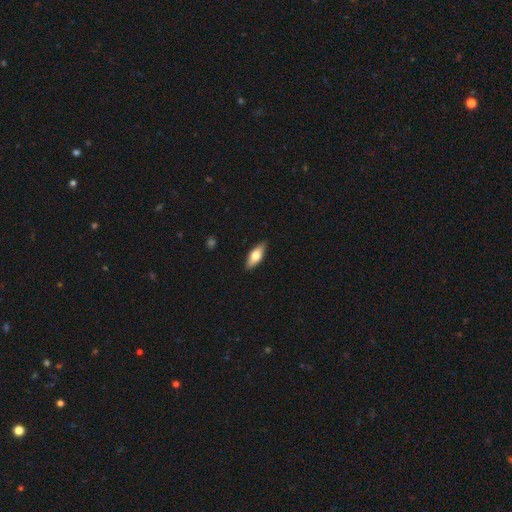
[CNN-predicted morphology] Smooth or featured? Predicted: smooth (p=0.66). How rounded? Predicted: in between (p=0.71). Merging? Predicted: none (p=0.88).